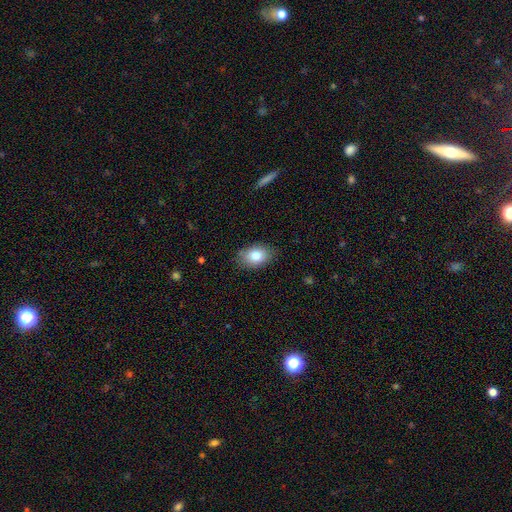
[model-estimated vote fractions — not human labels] The model was most divided on "merging": none: 81%, minor disturbance: 15%, major disturbance: 3%, merger: 1%. More confident: how rounded — in between (85%); smooth or featured — smooth (84%).